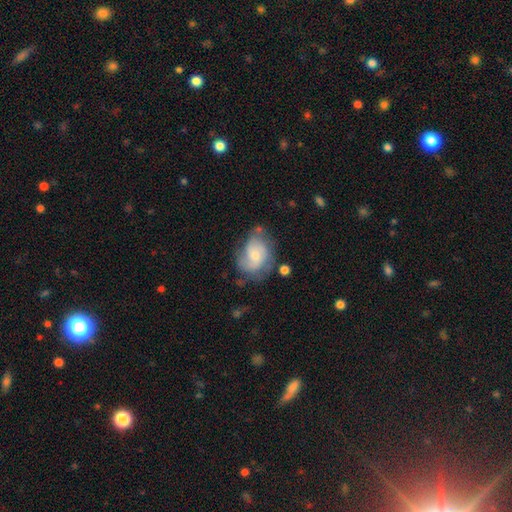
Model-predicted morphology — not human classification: type=featured or disk (55%); edge-on=no (97%); bar=no (70%); spiral arms=yes (81%); bulge=small (53%); merging=none (49%).